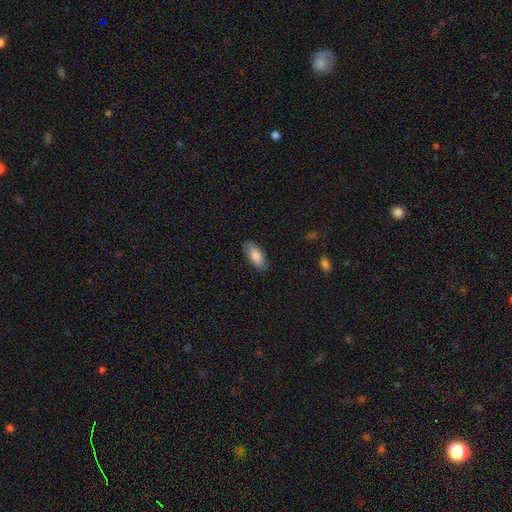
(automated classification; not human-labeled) This is likely a smooth galaxy (77%). How rounded: clearly in between (86%). Merging: likely none (79%).